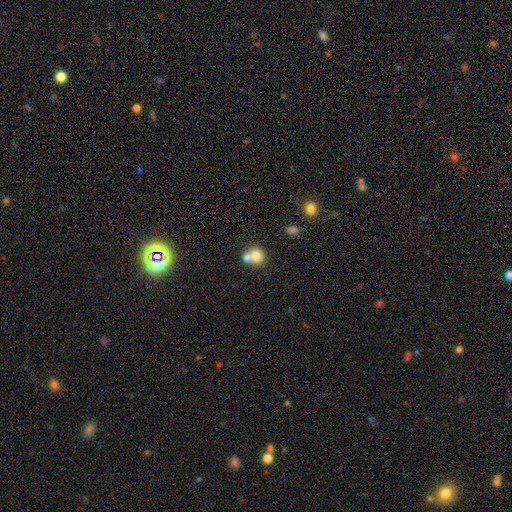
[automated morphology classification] Smooth or featured? smooth (77%)
How rounded? round (80%)
Merging? none (48%)